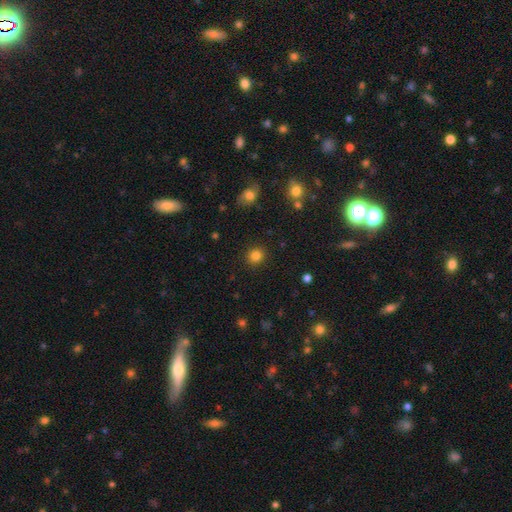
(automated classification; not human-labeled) Smooth or featured? Predicted: smooth (p=0.83). How rounded? Predicted: round (p=0.89). Merging? Predicted: none (p=0.90).